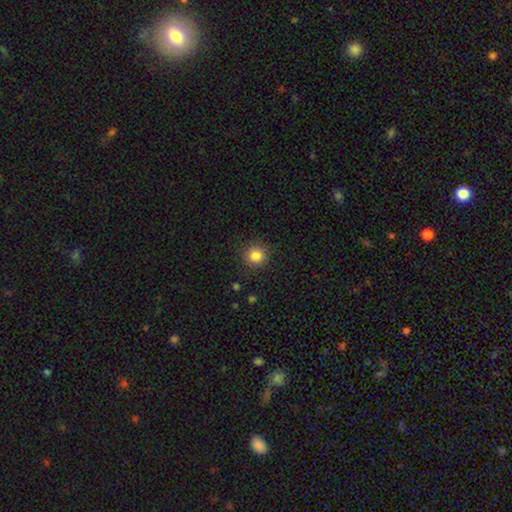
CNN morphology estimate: Q: Smooth or featured?
A: smooth (85%); runner-up: star or artifact (11%)
Q: How rounded?
A: round (92%); runner-up: in between (7%)
Q: Merging?
A: none (89%); runner-up: minor disturbance (7%)